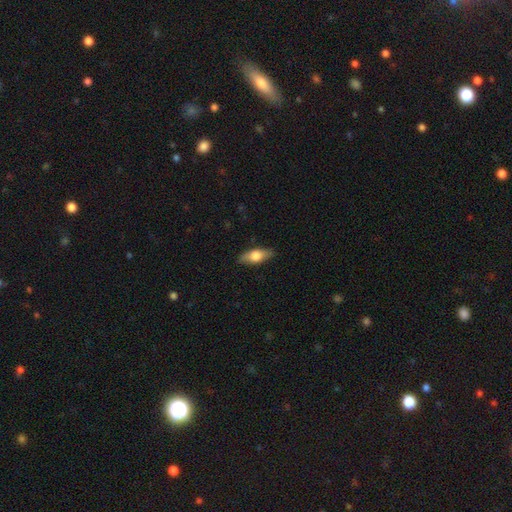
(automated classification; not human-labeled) A smooth galaxy with no disk features (65%) that is in between round and cigar-shaped (75%).

Vote fractions:
- Smooth or featured? smooth: 65% / featured or disk: 29% / star or artifact: 6%
- How rounded? in between: 75% / cigar-shaped: 21% / round: 4%
- Merging? none: 86% / minor disturbance: 11% / major disturbance: 2% / merger: 1%